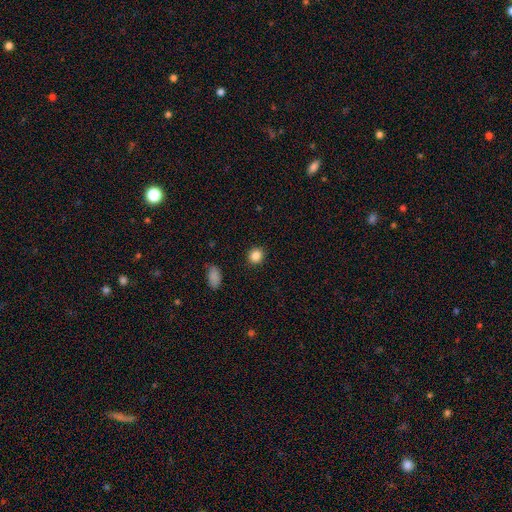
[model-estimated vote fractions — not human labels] Smooth or featured? smooth (86%)
How rounded? round (83%)
Merging? none (91%)